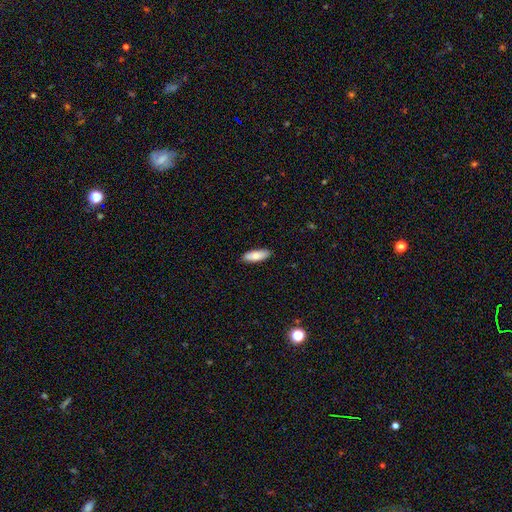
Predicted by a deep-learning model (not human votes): Overall: smooth (84%). How rounded: in between (68%; cigar-shaped 30%). Merging: none (89%).